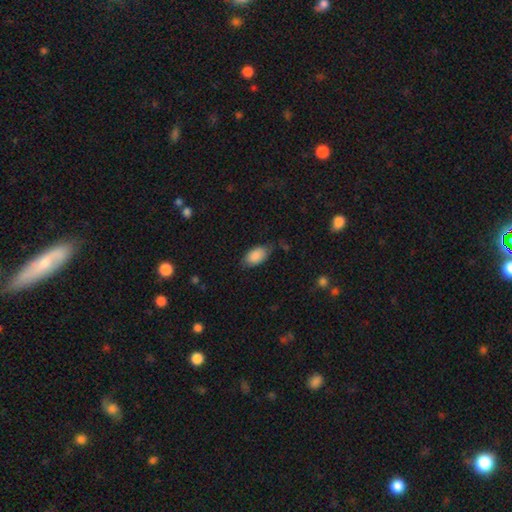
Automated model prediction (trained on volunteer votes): The model was most divided on "merging": none: 68%, minor disturbance: 23%, major disturbance: 7%, merger: 2%. More confident: how rounded — in between (93%); smooth or featured — smooth (88%).